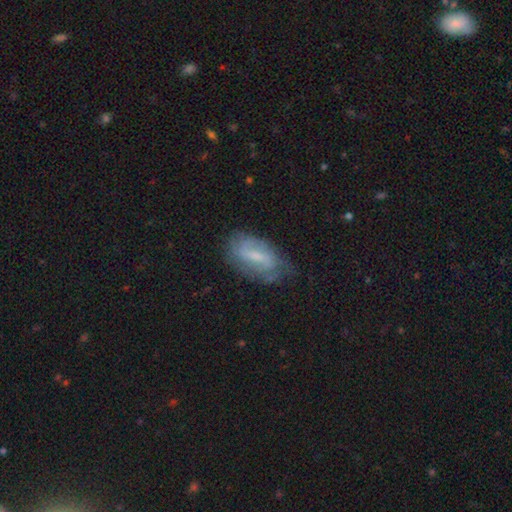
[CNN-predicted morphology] Smooth or featured?
  - featured or disk: 60% *
  - smooth: 32%
  - star or artifact: 8%
Edge-on disk?
  - no: 92% *
  - yes: 8%
Bar?
  - weak: 53% *
  - strong: 26%
  - no: 21%
Spiral arms?
  - yes: 76% *
  - no: 24%
Bulge size?
  - small: 47% *
  - moderate: 31%
  - none: 18%
  - large: 3%
  - dominant: 1%
Merging?
  - none: 63% *
  - minor disturbance: 26%
  - major disturbance: 9%
  - merger: 2%